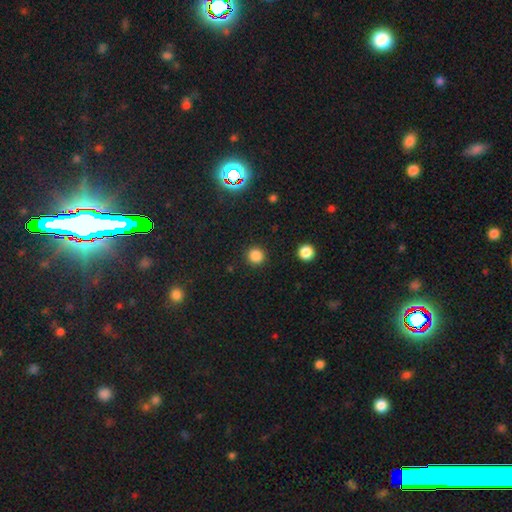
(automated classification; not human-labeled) This appears to be a smooth galaxy with no disk features (83%) that is round (95%). Merging: none (91%).